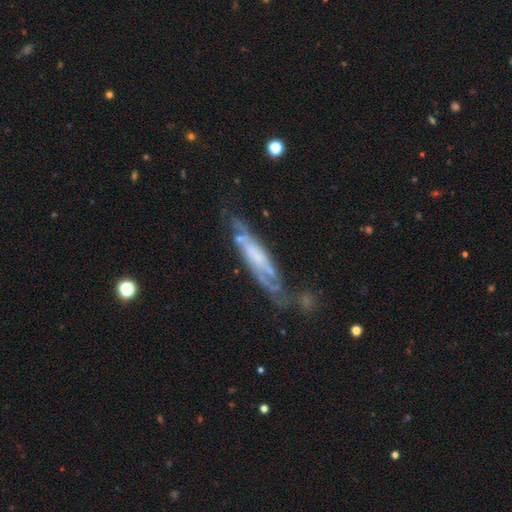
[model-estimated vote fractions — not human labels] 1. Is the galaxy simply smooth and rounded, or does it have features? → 76% featured or disk, 17% smooth, 7% star or artifact.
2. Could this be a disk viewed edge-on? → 65% no, 35% yes.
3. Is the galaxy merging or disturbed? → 56% none, 23% minor disturbance, 15% major disturbance, 6% merger.